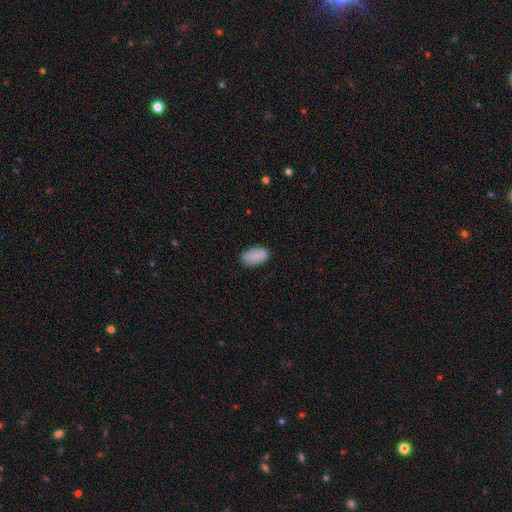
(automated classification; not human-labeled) Smooth or featured: smooth — 77% (featured or disk — 16%)
How rounded: in between — 93% (round — 5%)
Merging: none — 83% (minor disturbance — 13%)